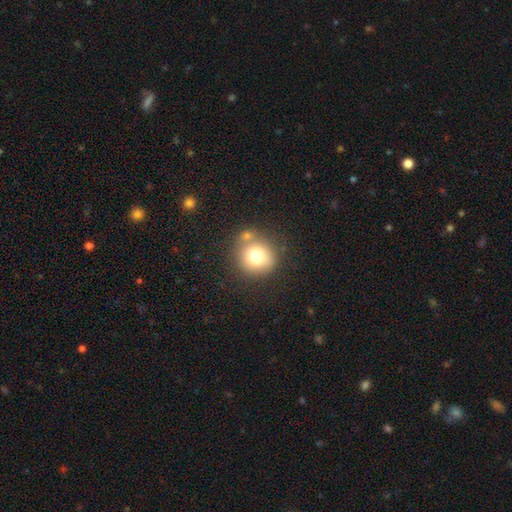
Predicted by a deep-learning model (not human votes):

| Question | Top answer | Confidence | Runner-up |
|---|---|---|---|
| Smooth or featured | smooth | 75% | featured or disk (15%) |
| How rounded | round | 89% | in between (10%) |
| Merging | none | 64% | merger (18%) |